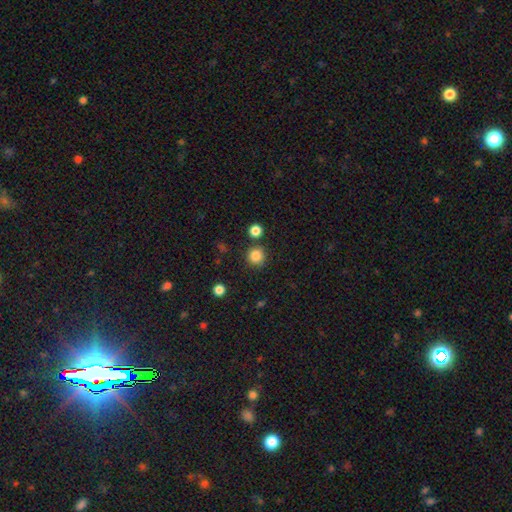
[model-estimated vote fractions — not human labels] Smooth or featured? Predicted: smooth (p=0.84). How rounded? Predicted: round (p=0.93). Merging? Predicted: none (p=0.83).